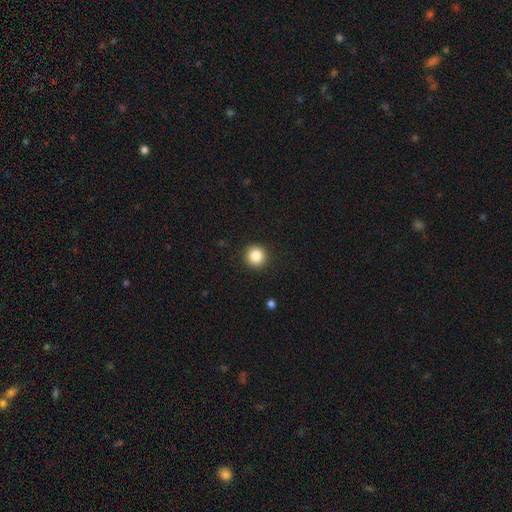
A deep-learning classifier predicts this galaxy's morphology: The model was most divided on "smooth or featured": smooth: 87%, star or artifact: 10%, featured or disk: 4%. More confident: how rounded — round (94%); merging — none (91%).